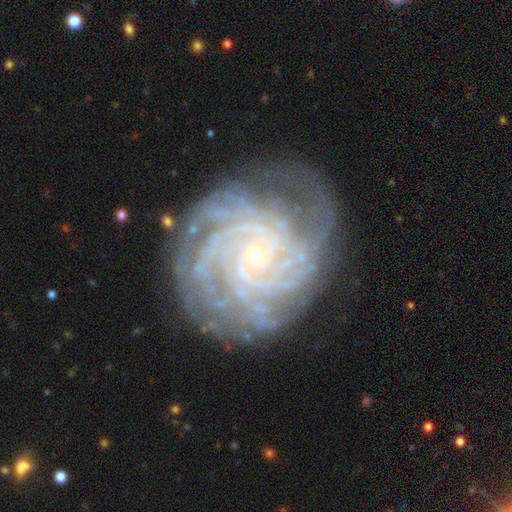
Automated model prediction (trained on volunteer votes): The model was most divided on "spiral arm count": more than 4: 32%, 4: 23%, can't tell: 19%, 3: 11%, 2: 8%, 1: 8%. More confident: spiral arms — yes (98%); edge-on disk — no (98%); smooth or featured — featured or disk (90%); bulge size — small (86%); spiral winding — tight (81%); merging — none (76%); bar — no (74%).